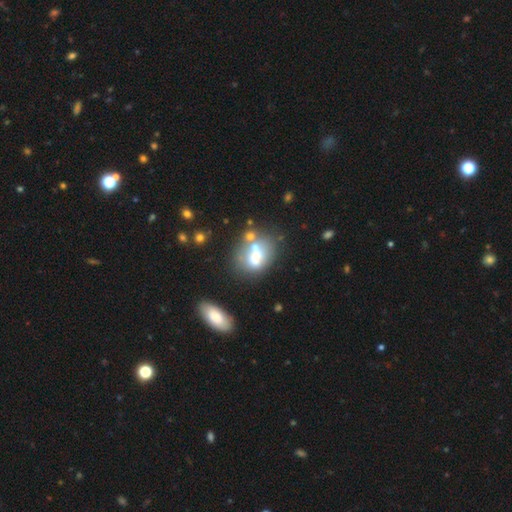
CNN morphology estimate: Smooth or featured: smooth — 53% (featured or disk — 35%)
How rounded: in between — 66% (round — 30%)
Merging: merger — 36% (none — 34%)